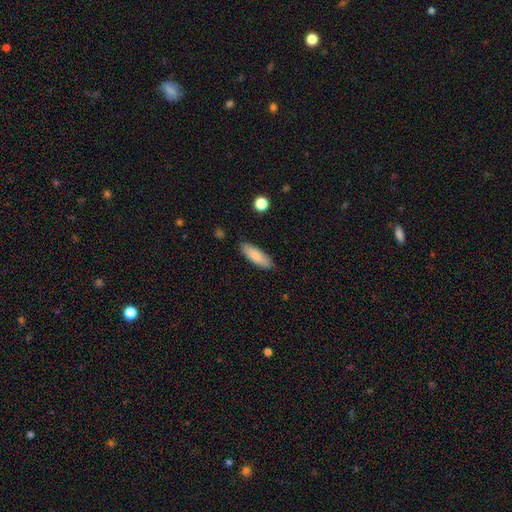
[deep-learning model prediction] Morphology: type=smooth (82%); roundness=in between (56%); merging=none (85%).